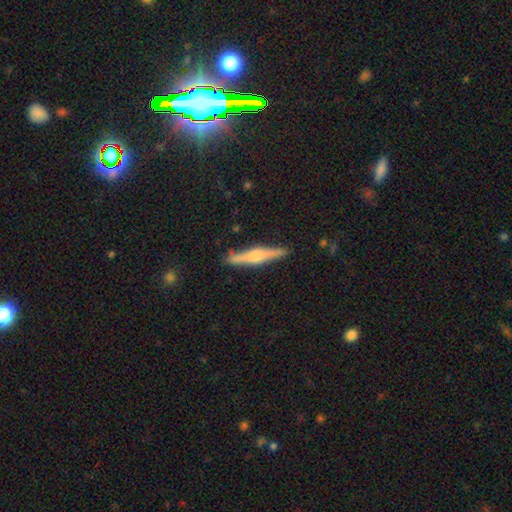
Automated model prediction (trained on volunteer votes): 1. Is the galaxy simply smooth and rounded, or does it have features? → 66% featured or disk, 28% smooth, 6% star or artifact.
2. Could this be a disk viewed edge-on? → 97% yes, 3% no.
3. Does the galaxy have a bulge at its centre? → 83% rounded, 11% boxy, 6% none.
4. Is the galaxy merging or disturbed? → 88% none, 9% minor disturbance, 2% major disturbance, 1% merger.